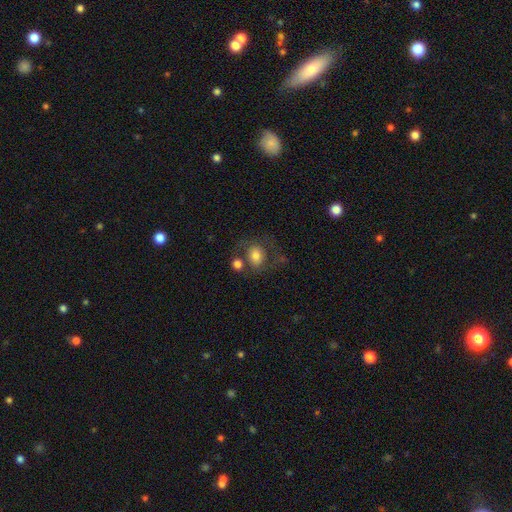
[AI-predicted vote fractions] Q: Smooth or featured?
A: smooth (67%); runner-up: featured or disk (24%)
Q: How rounded?
A: round (67%); runner-up: in between (32%)
Q: Merging?
A: none (48%); runner-up: merger (21%)